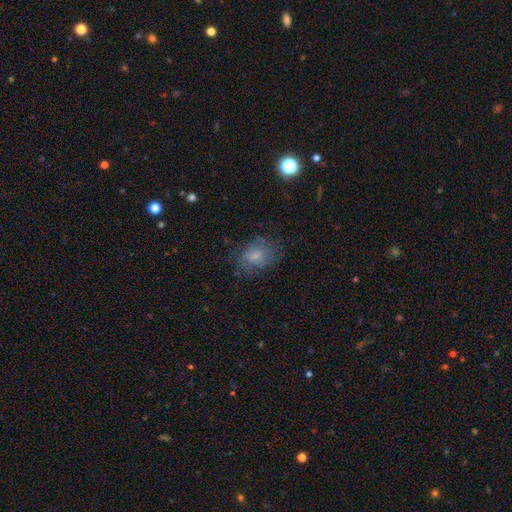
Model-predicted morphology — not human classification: A smooth galaxy with no disk features (59%) that is in between round and cigar-shaped (66%).

Vote fractions:
- Smooth or featured? smooth: 59% / featured or disk: 30% / star or artifact: 12%
- How rounded? in between: 66% / round: 33% / cigar-shaped: 1%
- Merging? none: 63% / minor disturbance: 22% / major disturbance: 13% / merger: 2%